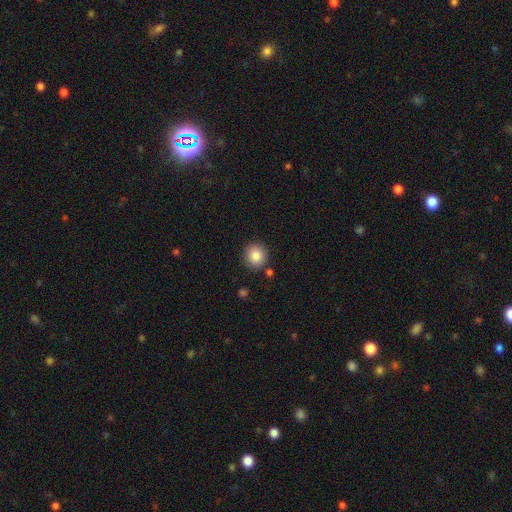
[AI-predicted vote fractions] Smooth or featured: smooth — 85% (star or artifact — 9%)
How rounded: round — 91% (in between — 8%)
Merging: none — 86% (minor disturbance — 7%)